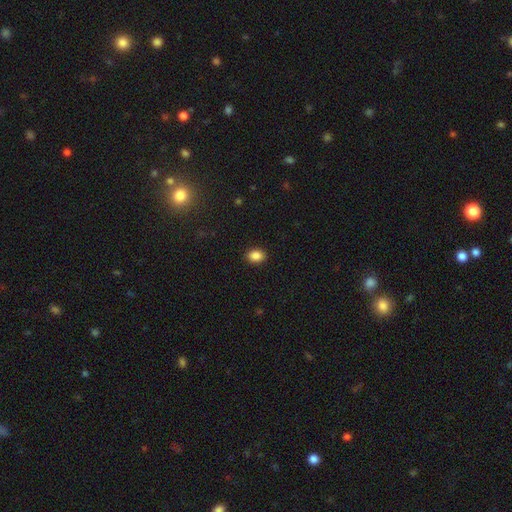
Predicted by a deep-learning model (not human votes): A smooth galaxy with no disk features (88%) that is in between round and cigar-shaped (69%). Merging: none (90%).